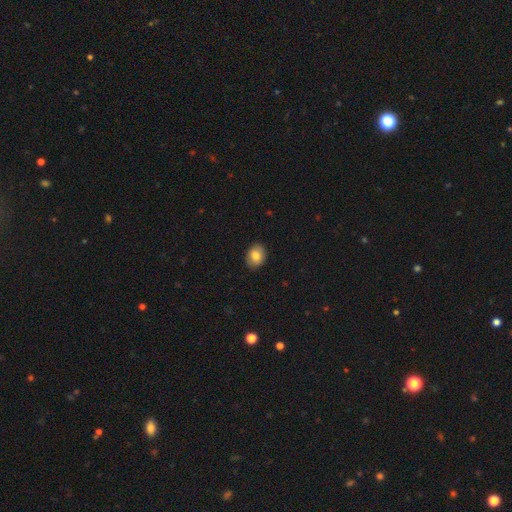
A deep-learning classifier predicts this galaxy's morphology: Overall: smooth (82%). How rounded: in between (62%; round 37%). Merging: none (87%).